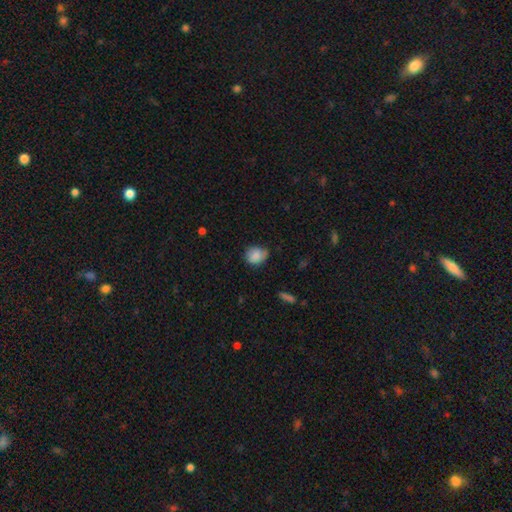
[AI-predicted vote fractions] smooth_or_featured: smooth (p=0.83) [alt: featured or disk p=0.09]
how_rounded: round (p=0.67) [alt: in between p=0.32]
merging: none (p=0.60) [alt: minor disturbance p=0.31]